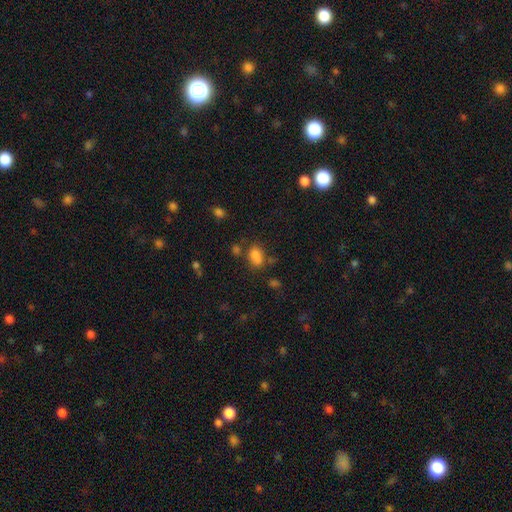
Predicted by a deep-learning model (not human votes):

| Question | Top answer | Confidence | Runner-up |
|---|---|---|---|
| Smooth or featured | smooth | 81% | star or artifact (12%) |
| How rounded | in between | 86% | round (9%) |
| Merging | none | 61% | minor disturbance (19%) |